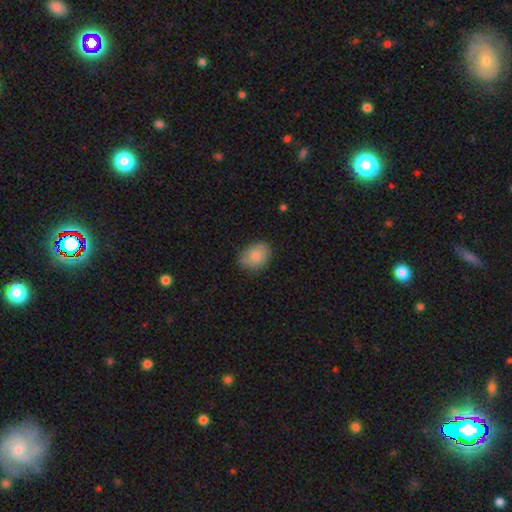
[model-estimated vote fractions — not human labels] smooth 83%, featured or disk 10%, star or artifact 7%. Down the decision tree: how rounded — in between (73%); merging — none (80%).